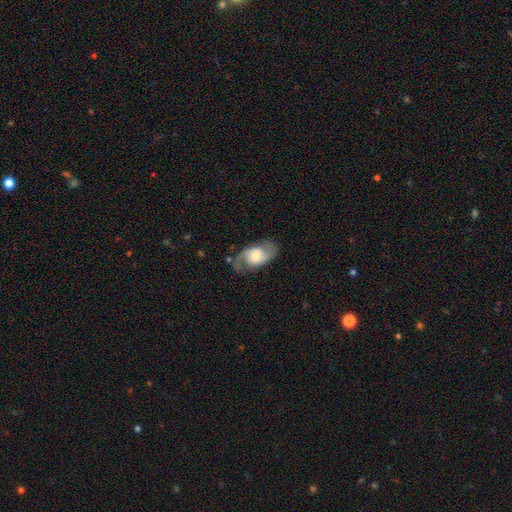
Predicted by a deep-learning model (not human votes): The model was most divided on "bar": no: 50%, weak: 40%, strong: 11%. Remaining: edge-on disk — no (96%); spiral arms — yes (91%); spiral arm count — 2 (87%); smooth or featured — featured or disk (74%); merging — none (73%); bulge size — moderate (52%); spiral winding — medium (48%).